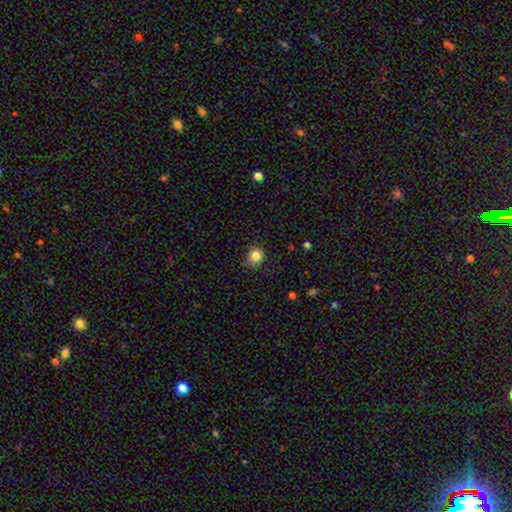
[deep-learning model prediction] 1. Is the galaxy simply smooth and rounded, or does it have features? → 85% smooth, 11% star or artifact, 5% featured or disk.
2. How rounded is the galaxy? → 84% round, 16% in between, 1% cigar-shaped.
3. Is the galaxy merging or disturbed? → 76% none, 19% minor disturbance, 3% major disturbance, 1% merger.